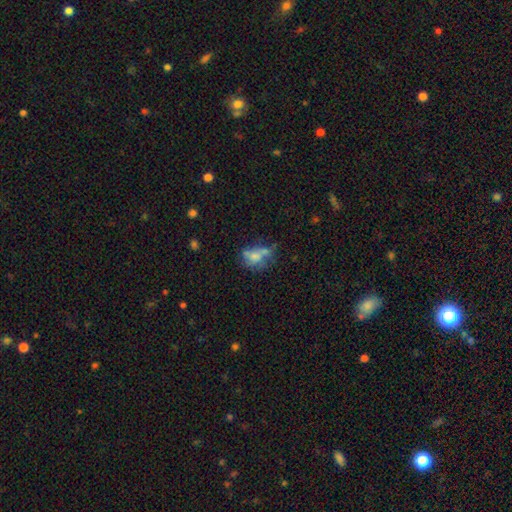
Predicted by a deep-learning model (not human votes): A smooth galaxy with no disk features (51%) that is in between round and cigar-shaped (69%). Merging: none (31%).